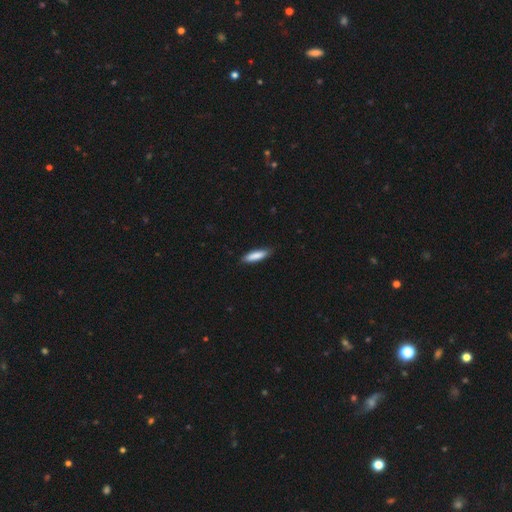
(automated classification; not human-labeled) Smooth or featured: smooth — 84% (featured or disk — 10%)
How rounded: cigar-shaped — 71% (in between — 28%)
Merging: none — 82% (minor disturbance — 15%)